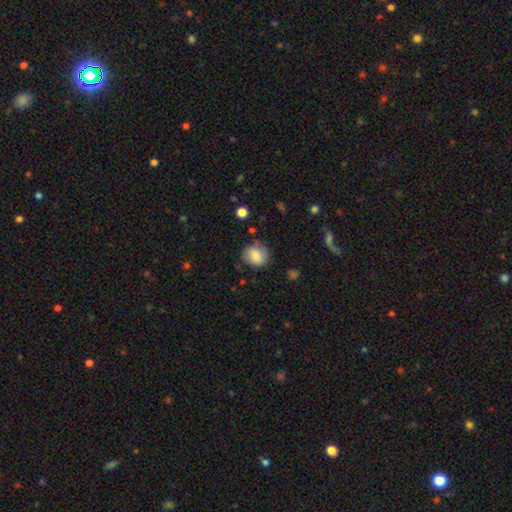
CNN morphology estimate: smooth_or_featured: smooth (p=0.81) [alt: featured or disk p=0.11]
how_rounded: round (p=0.74) [alt: in between p=0.25]
merging: none (p=0.76) [alt: minor disturbance p=0.18]